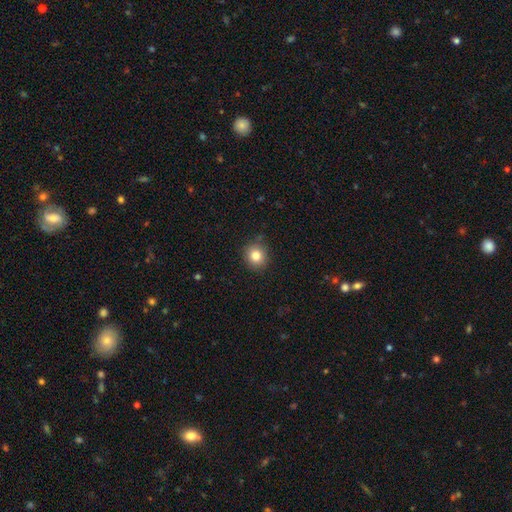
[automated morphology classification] Smooth or featured: smooth — 81% (star or artifact — 11%)
How rounded: round — 88% (in between — 11%)
Merging: none — 87% (minor disturbance — 10%)